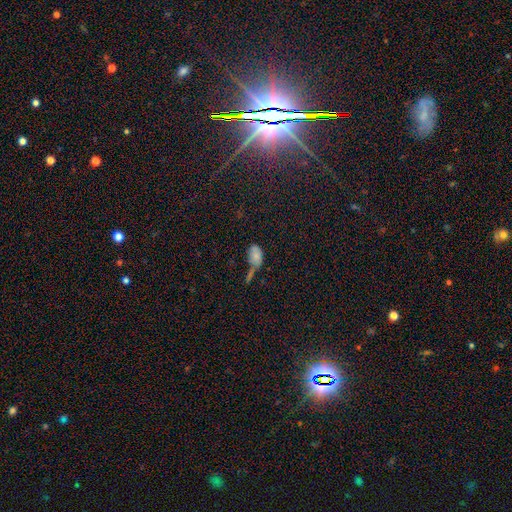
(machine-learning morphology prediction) Smooth or featured: smooth — 72% (star or artifact — 15%)
How rounded: in between — 90% (round — 7%)
Merging: merger — 34% (none — 28%)